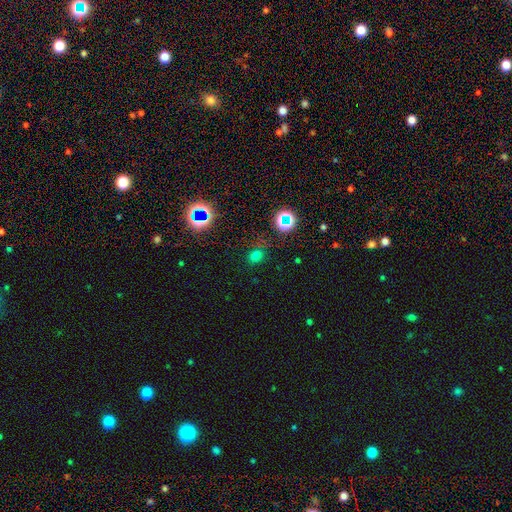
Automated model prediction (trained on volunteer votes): smooth-or-featured: smooth: 62% | star or artifact: 31% | featured or disk: 7%
  how-rounded: round: 69% | in between: 30% | cigar-shaped: 1%
  merging: none: 79% | minor disturbance: 13% | major disturbance: 5% | merger: 3%